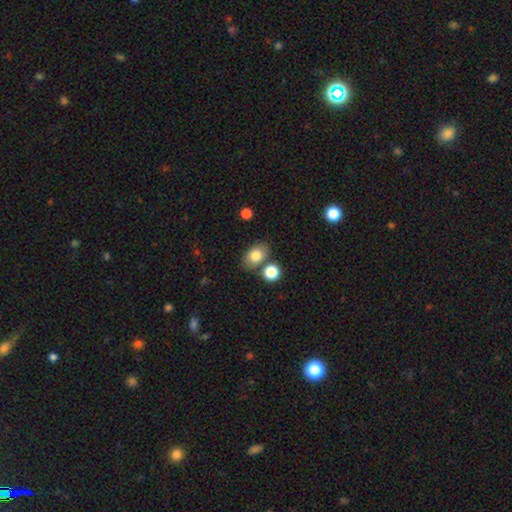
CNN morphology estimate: A smooth galaxy with no disk features (81%) that is in between round and cigar-shaped (78%). Merging: none (71%).